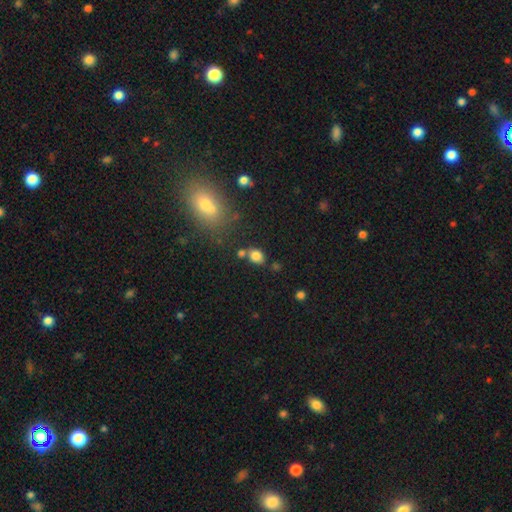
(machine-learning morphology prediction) Overall: smooth (81%). How rounded: in between (65%; round 34%). Merging: none (63%).